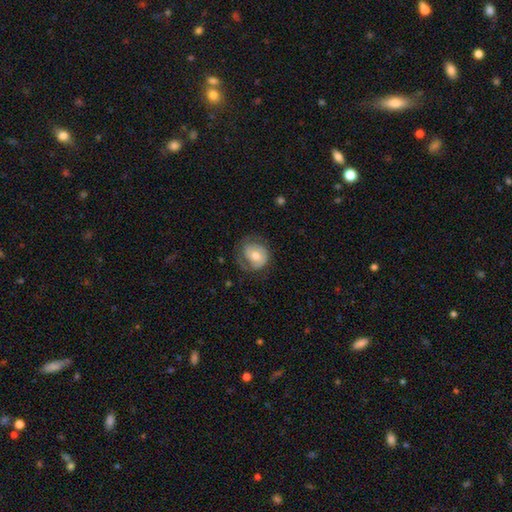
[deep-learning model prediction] A featured or disk galaxy (47%).

Vote fractions:
- Smooth or featured? featured or disk: 47% / smooth: 46% / star or artifact: 7%
- Merging? none: 57% / minor disturbance: 24% / major disturbance: 17% / merger: 1%